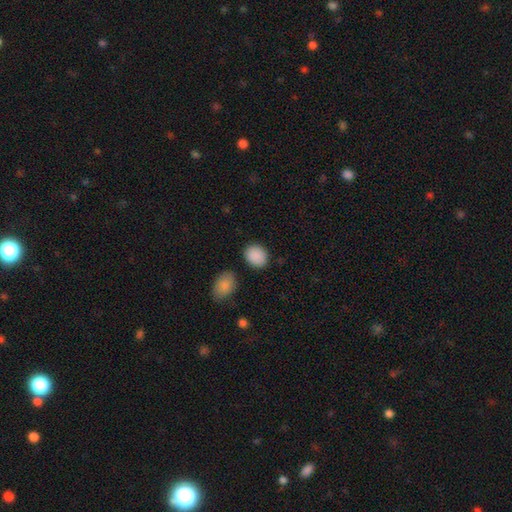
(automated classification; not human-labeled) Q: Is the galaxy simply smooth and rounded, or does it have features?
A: smooth — 90%.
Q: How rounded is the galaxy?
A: round — 53%.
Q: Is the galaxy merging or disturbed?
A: none — 84%.